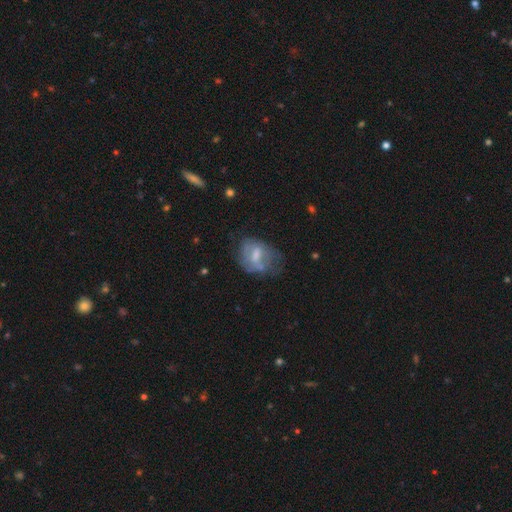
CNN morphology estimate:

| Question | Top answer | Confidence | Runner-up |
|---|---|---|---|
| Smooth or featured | smooth | 46% | featured or disk (44%) |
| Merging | none | 38% | minor disturbance (30%) |